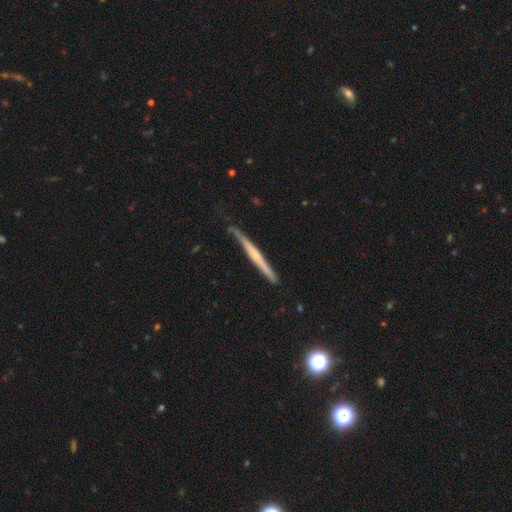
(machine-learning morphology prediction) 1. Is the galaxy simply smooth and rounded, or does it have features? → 64% featured or disk, 31% smooth, 5% star or artifact.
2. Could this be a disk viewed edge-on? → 97% yes, 3% no.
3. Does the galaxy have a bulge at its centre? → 51% none, 39% rounded, 10% boxy.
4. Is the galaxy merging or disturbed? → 77% none, 19% minor disturbance, 3% major disturbance, 2% merger.